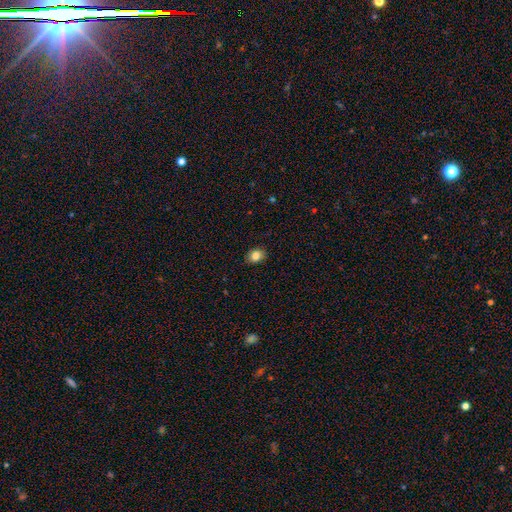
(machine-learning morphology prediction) The model was most divided on "how rounded": in between: 61%, round: 38%, cigar-shaped: 1%. More confident: merging — none (87%); smooth or featured — smooth (84%).